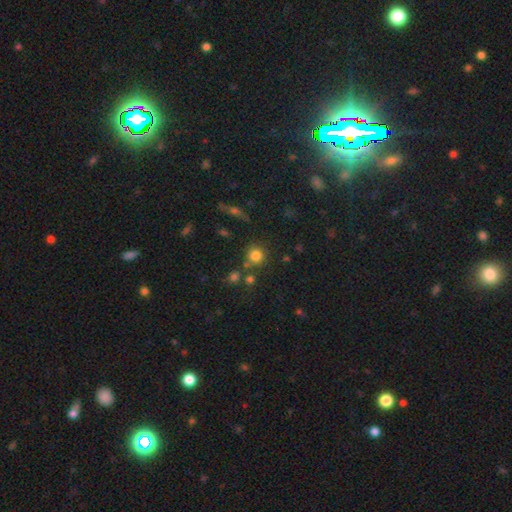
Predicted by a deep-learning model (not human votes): Smooth or featured: smooth — 78% (star or artifact — 14%)
How rounded: round — 91% (in between — 8%)
Merging: none — 76% (merger — 11%)